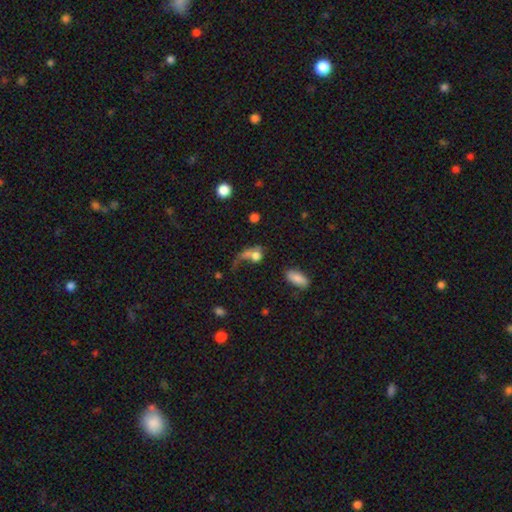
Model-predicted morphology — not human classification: smooth 66%, featured or disk 22%, star or artifact 13%. Down the decision tree: how rounded — in between (48%); merging — major disturbance (37%).